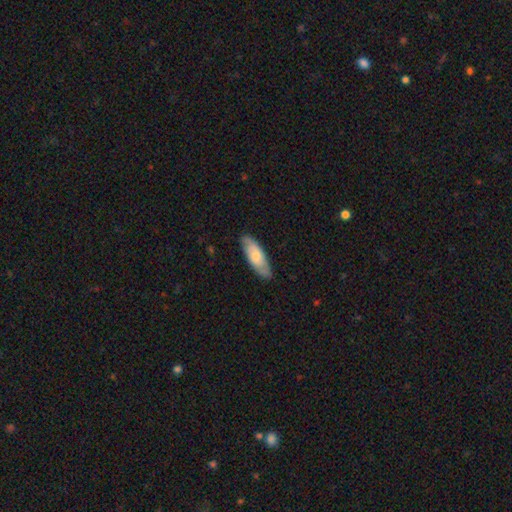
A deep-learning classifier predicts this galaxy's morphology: The model was most divided on "smooth or featured": smooth: 62%, featured or disk: 32%, star or artifact: 5%. More confident: merging — none (83%); how rounded — in between (67%).